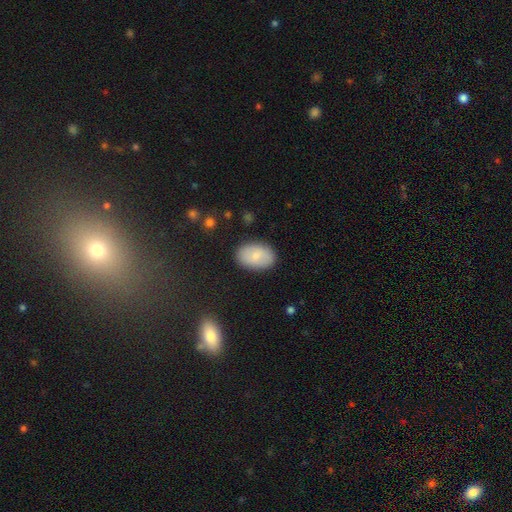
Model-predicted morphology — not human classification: Smooth or featured? smooth (76%)
How rounded? in between (87%)
Merging? none (86%)